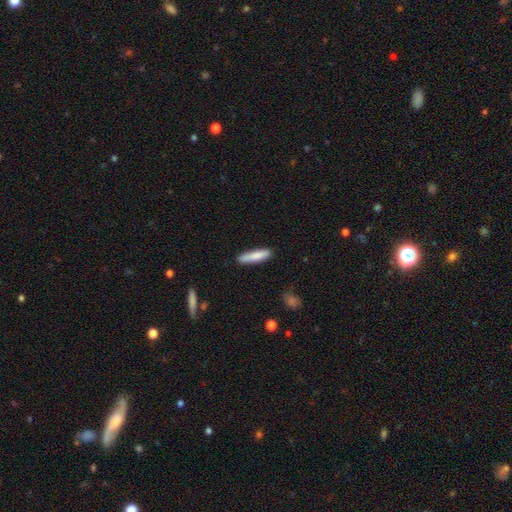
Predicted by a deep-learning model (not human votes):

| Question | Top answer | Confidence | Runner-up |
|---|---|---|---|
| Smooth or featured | smooth | 83% | featured or disk (12%) |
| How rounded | cigar-shaped | 82% | in between (17%) |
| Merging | none | 86% | minor disturbance (10%) |